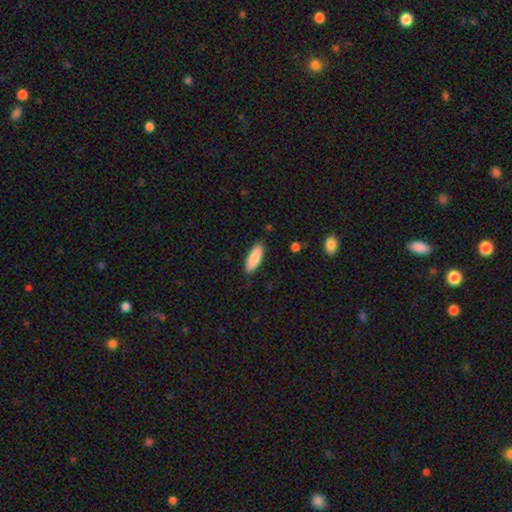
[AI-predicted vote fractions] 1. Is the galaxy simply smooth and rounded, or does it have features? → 88% smooth, 7% featured or disk, 6% star or artifact.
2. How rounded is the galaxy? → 62% in between, 36% cigar-shaped, 2% round.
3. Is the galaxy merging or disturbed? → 87% none, 10% minor disturbance, 2% major disturbance, 1% merger.